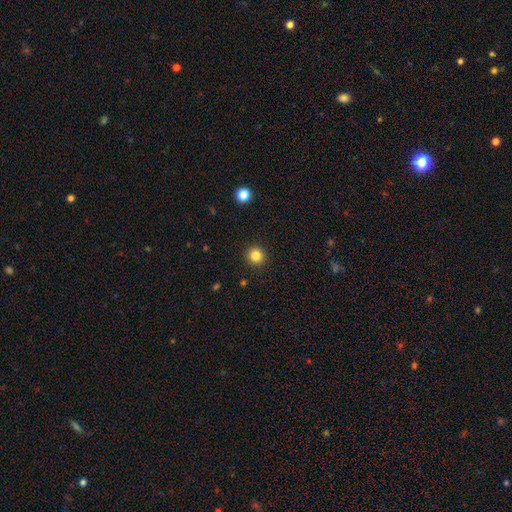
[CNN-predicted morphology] smooth 83%, star or artifact 12%, featured or disk 5%. Down the decision tree: how rounded — round (95%); merging — none (93%).